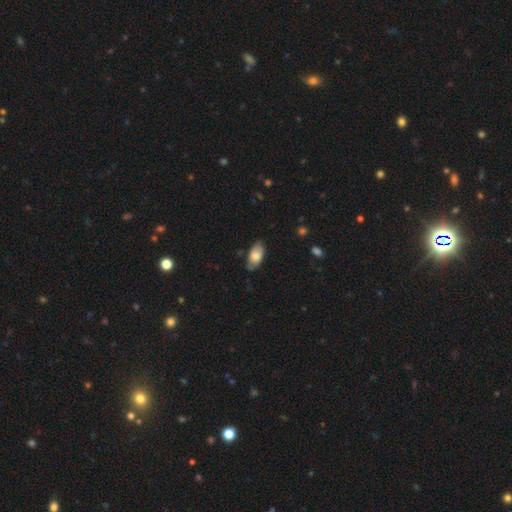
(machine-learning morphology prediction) Smooth or featured? smooth (74%)
How rounded? in between (94%)
Merging? none (75%)